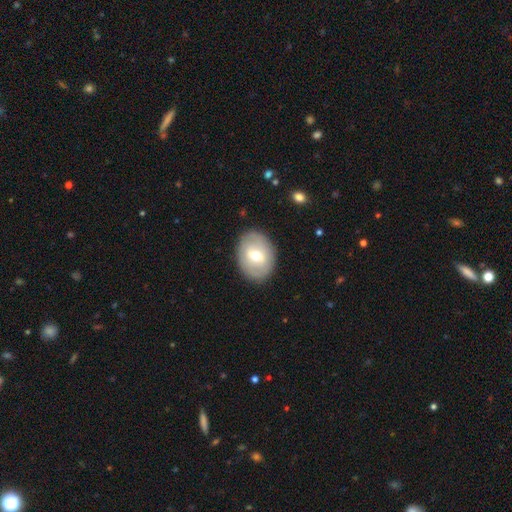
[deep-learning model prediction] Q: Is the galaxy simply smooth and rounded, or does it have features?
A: smooth — 48%.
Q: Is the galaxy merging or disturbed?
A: none — 85%.